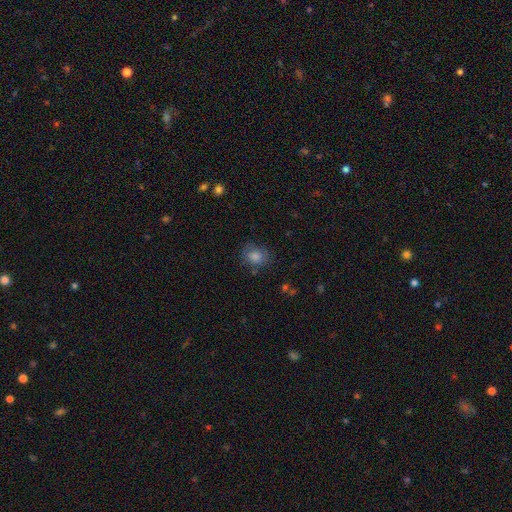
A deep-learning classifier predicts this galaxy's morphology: This appears to be a smooth galaxy with no disk features (73%) that is round (58%). Merging: none (75%).